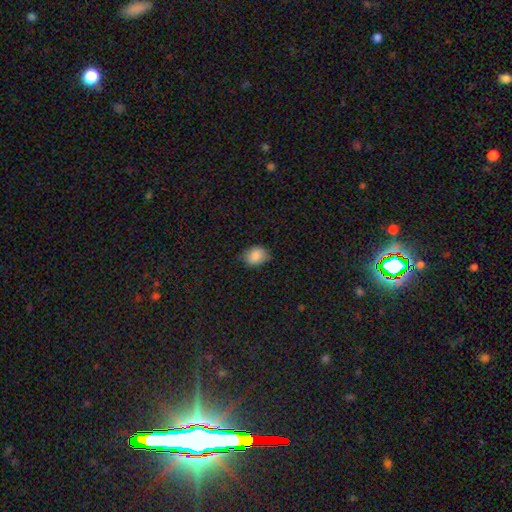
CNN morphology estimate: This is clearly a smooth galaxy (87%). How rounded: possibly in between (58%). Merging: likely none (72%).